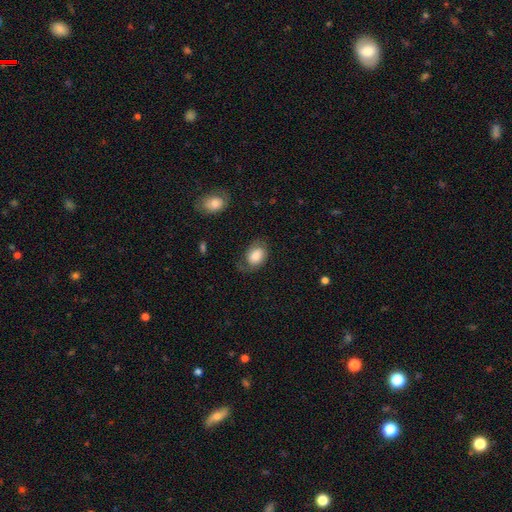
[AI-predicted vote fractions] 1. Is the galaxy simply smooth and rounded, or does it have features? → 71% smooth, 21% featured or disk, 8% star or artifact.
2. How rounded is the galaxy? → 77% in between, 22% round, 1% cigar-shaped.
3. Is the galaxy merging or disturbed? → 56% none, 26% minor disturbance, 16% major disturbance, 2% merger.